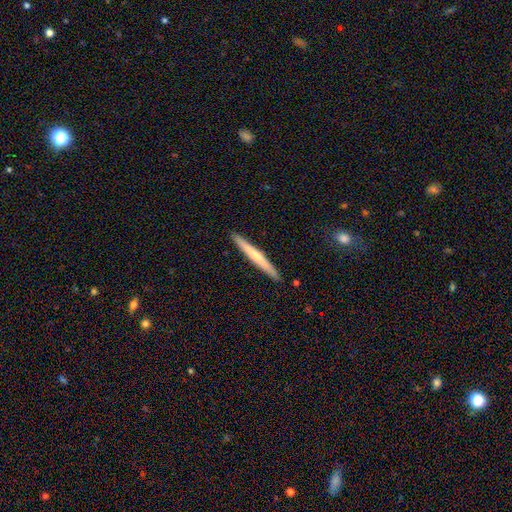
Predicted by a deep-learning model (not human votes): This is possibly a smooth galaxy (52%). How rounded: clearly cigar-shaped (97%). Merging: clearly none (92%).